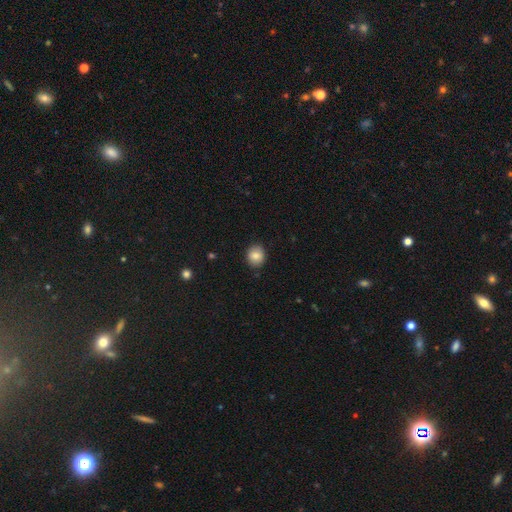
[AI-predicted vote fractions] This appears to be a smooth galaxy with no disk features (85%) that is round (74%). Merging: none (87%).